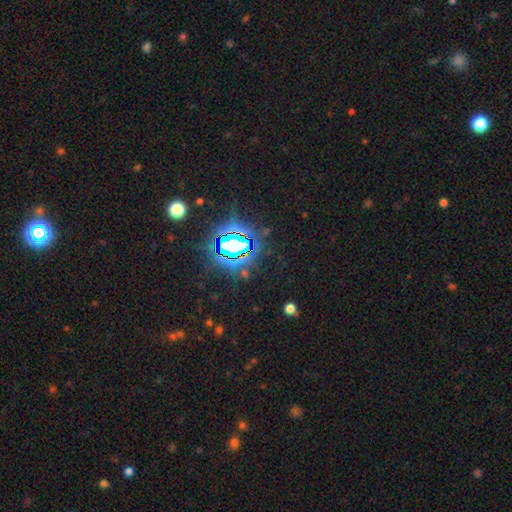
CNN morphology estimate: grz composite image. It shows a star or artifact, not a galaxy (85%).